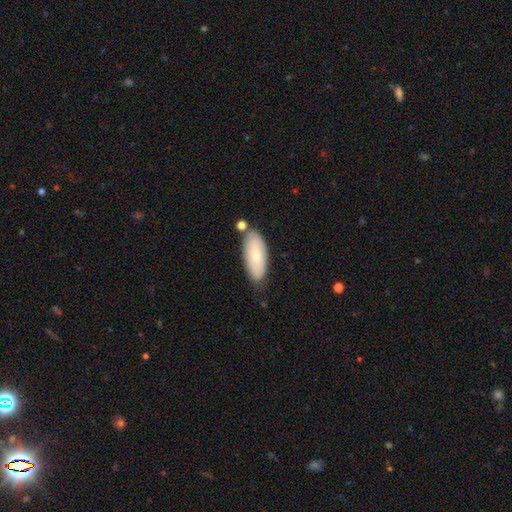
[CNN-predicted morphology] A smooth galaxy with no disk features (71%) that is in between round and cigar-shaped (85%).

Vote fractions:
- Smooth or featured? smooth: 71% / featured or disk: 22% / star or artifact: 6%
- How rounded? in between: 85% / cigar-shaped: 13% / round: 2%
- Merging? none: 73% / minor disturbance: 17% / merger: 7% / major disturbance: 3%